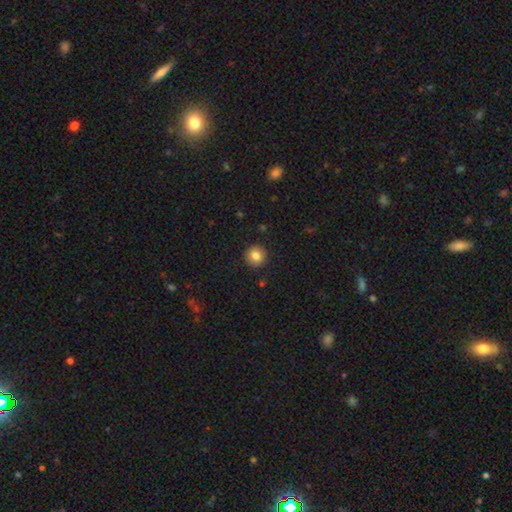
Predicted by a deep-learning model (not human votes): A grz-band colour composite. It shows a smooth galaxy with no disk features (84%) that is round (93%). Merging: none (92%).